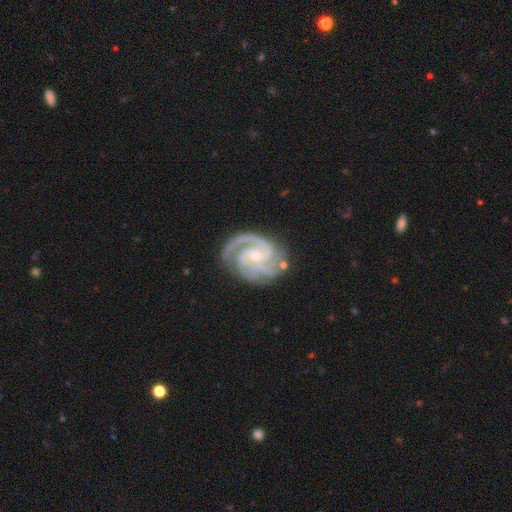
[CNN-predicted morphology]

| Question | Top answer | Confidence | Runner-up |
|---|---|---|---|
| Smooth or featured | featured or disk | 93% | star or artifact (4%) |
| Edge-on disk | no | 98% | yes (2%) |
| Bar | no | 55% | weak (33%) |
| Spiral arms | yes | 99% | no (1%) |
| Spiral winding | tight | 54% | medium (42%) |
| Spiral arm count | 3 | 42% | 2 (37%) |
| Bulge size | small | 71% | moderate (26%) |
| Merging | none | 74% | minor disturbance (17%) |